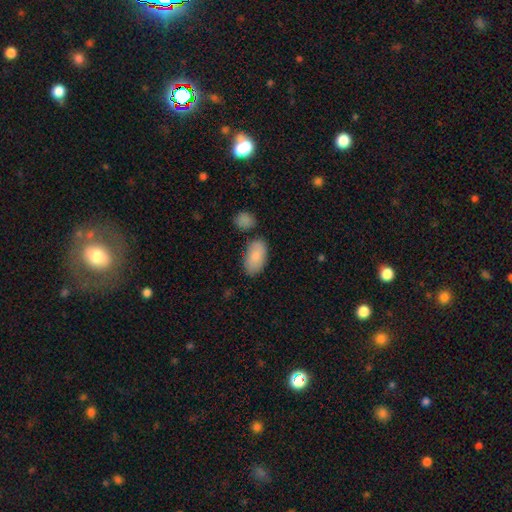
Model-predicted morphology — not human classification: smooth 85%, featured or disk 9%, star or artifact 6%. Down the decision tree: how rounded — in between (95%); merging — none (76%).